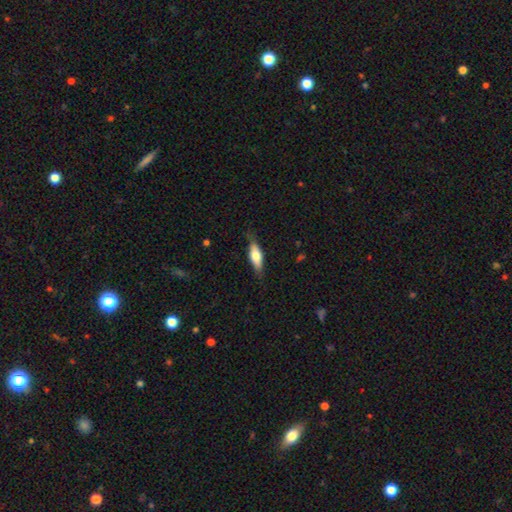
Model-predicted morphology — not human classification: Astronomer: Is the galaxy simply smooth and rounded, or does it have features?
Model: smooth — 63%.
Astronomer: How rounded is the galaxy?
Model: in between — 61% (runner-up: cigar-shaped, 37%).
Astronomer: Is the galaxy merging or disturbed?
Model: none — 75%.